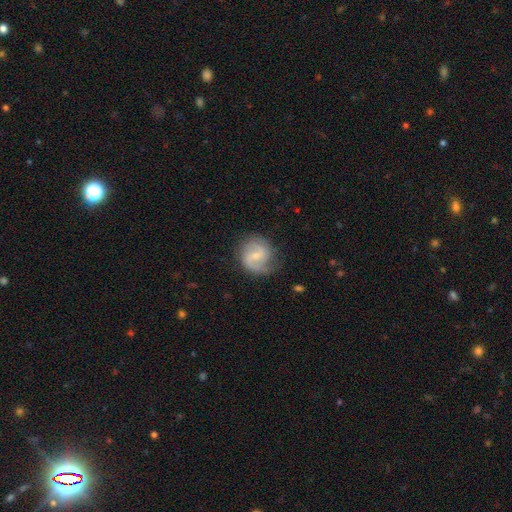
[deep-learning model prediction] This is likely a featured or disk galaxy (79%). It is clearly not viewed edge-on (98%). Bar: possibly weak (58%). Spiral arm pattern: clearly yes (95%). Spiral arm count: clearly 2 (89%). Spiral winding: possibly medium (53%). Central bulge: likely small (60%). Merging: likely none (77%).